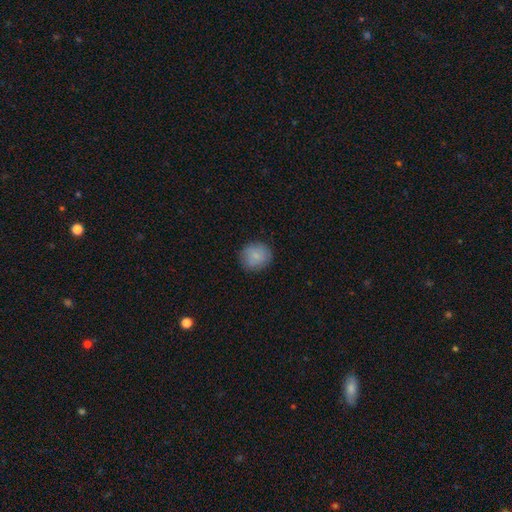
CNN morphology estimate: Smooth or featured?
  - smooth: 84% *
  - featured or disk: 9%
  - star or artifact: 7%
How rounded?
  - round: 86% *
  - in between: 13%
  - cigar-shaped: 1%
Merging?
  - none: 86% *
  - minor disturbance: 10%
  - major disturbance: 3%
  - merger: 1%